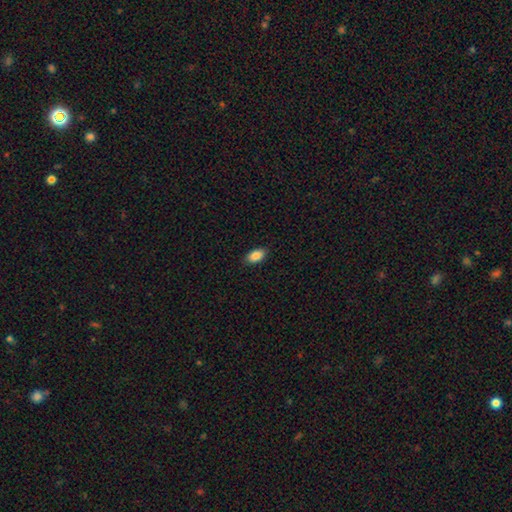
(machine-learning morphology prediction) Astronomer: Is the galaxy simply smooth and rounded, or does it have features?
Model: smooth — 88%.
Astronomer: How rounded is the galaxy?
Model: in between — 93%.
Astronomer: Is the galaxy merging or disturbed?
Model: none — 87%.